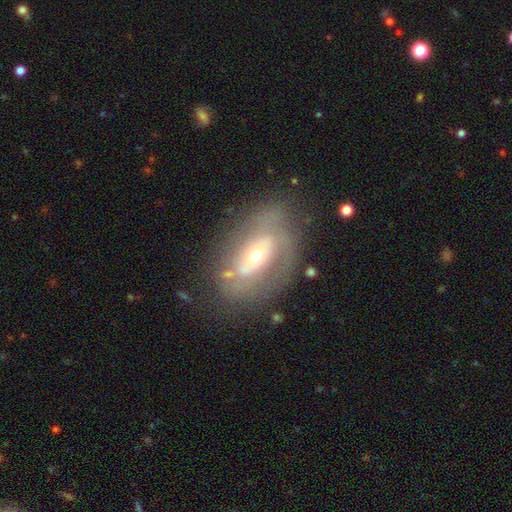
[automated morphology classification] smooth_or_featured: featured or disk (p=0.71) [alt: smooth p=0.21]
disk_edge_on: no (p=0.92) [alt: yes p=0.08]
bar: no (p=0.59) [alt: weak p=0.26]
has_spiral_arms: yes (p=0.61) [alt: no p=0.39]
bulge_size: small (p=0.54) [alt: moderate p=0.42]
merging: none (p=0.66) [alt: minor disturbance p=0.20]